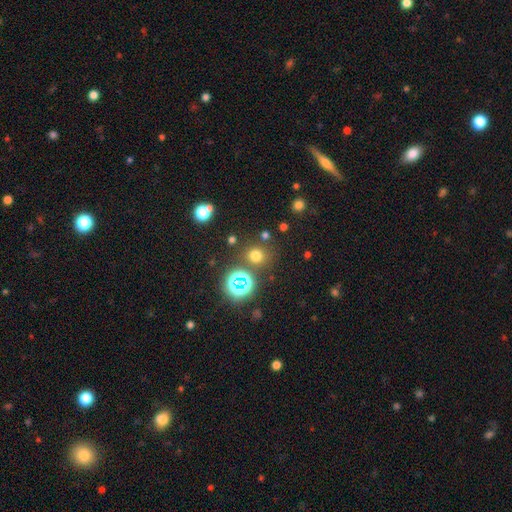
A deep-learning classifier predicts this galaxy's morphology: A smooth galaxy with no disk features (64%) that is round (88%).

Vote fractions:
- Smooth or featured? smooth: 64% / star or artifact: 30% / featured or disk: 7%
- How rounded? round: 88% / in between: 11% / cigar-shaped: 1%
- Merging? none: 81% / minor disturbance: 9% / merger: 7% / major disturbance: 4%